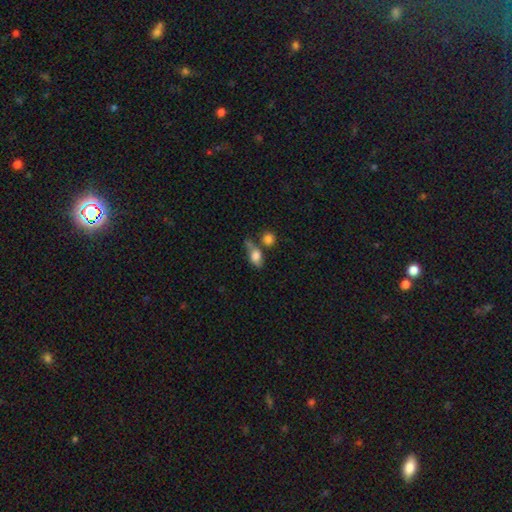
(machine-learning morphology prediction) type=smooth (76%); roundness=in between (77%); merging=none (37%).